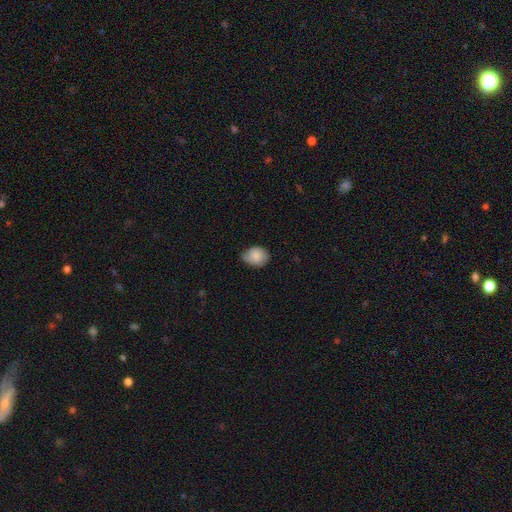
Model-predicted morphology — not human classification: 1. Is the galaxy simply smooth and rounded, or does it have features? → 79% smooth, 14% featured or disk, 7% star or artifact.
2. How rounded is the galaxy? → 61% in between, 38% round, 1% cigar-shaped.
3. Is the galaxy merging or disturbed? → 60% none, 33% minor disturbance, 6% major disturbance, 1% merger.